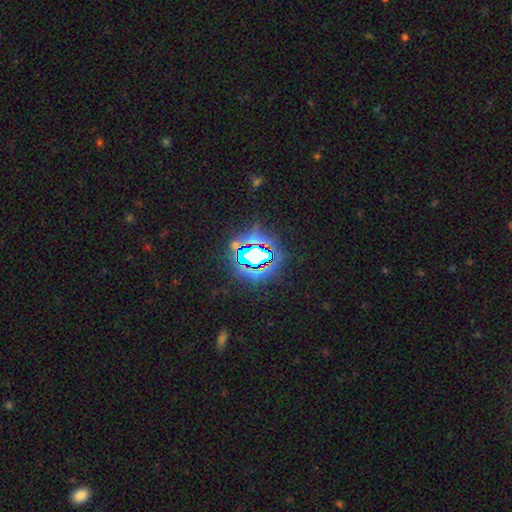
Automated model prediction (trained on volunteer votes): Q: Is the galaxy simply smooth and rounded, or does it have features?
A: star or artifact — 72%.